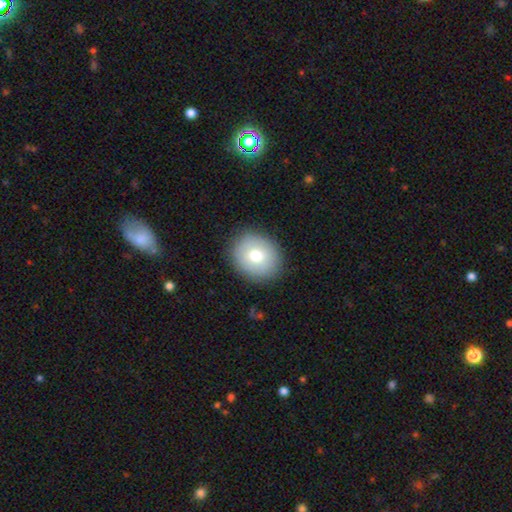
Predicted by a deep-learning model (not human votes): smooth 74%, featured or disk 17%, star or artifact 9%. Down the decision tree: how rounded — round (73%); merging — none (88%).